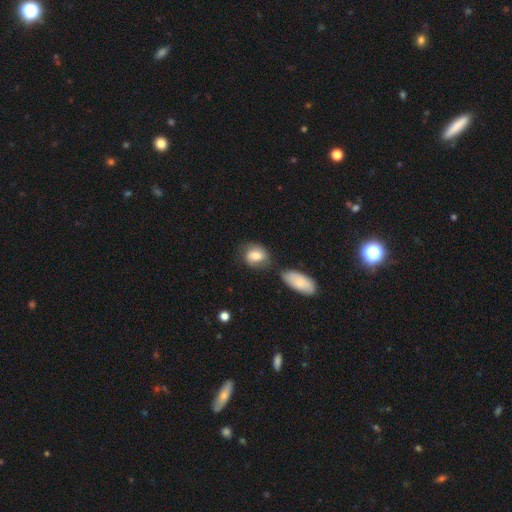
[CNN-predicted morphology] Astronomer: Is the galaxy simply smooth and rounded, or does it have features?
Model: smooth — 72%.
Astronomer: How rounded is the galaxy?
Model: in between — 55% (runner-up: round, 43%).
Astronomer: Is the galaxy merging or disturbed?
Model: none — 55%.